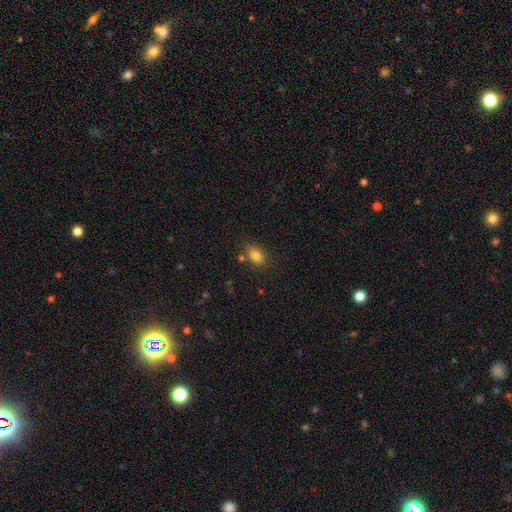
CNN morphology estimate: Smooth or featured?
  - smooth: 82% *
  - star or artifact: 10%
  - featured or disk: 8%
How rounded?
  - in between: 81% *
  - round: 16%
  - cigar-shaped: 3%
Merging?
  - none: 72% *
  - minor disturbance: 17%
  - merger: 7%
  - major disturbance: 4%